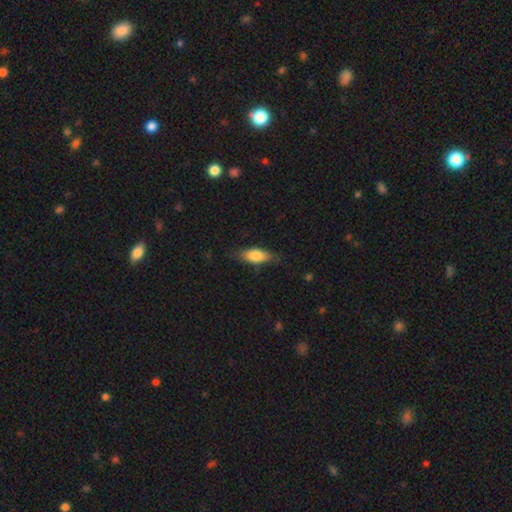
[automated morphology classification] Smooth or featured? smooth (75%)
How rounded? in between (73%)
Merging? none (78%)